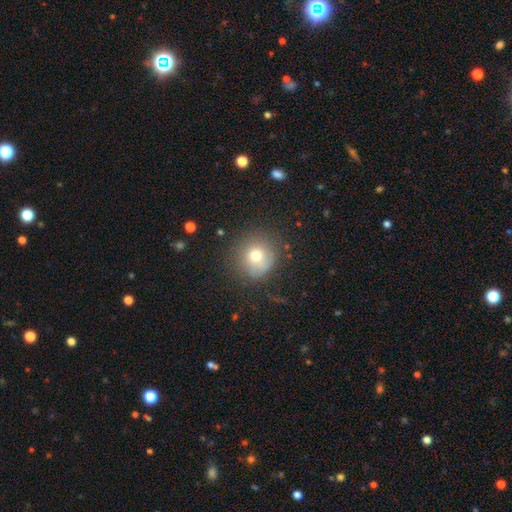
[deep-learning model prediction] Smooth or featured? smooth (71%)
How rounded? round (89%)
Merging? none (72%)